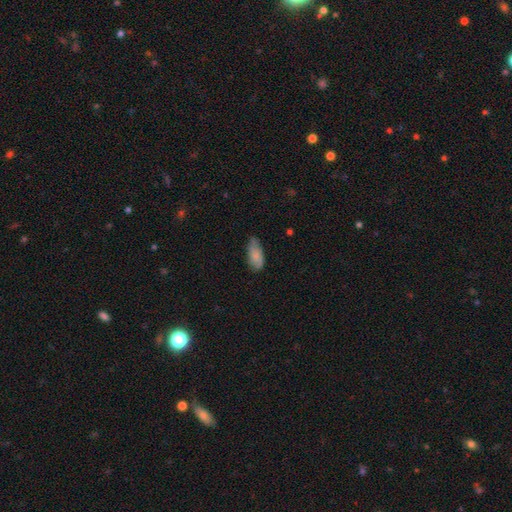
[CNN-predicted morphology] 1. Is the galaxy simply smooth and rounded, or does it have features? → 75% smooth, 18% featured or disk, 7% star or artifact.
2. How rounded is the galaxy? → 87% in between, 11% cigar-shaped, 2% round.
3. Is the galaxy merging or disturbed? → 61% none, 32% minor disturbance, 6% major disturbance, 2% merger.